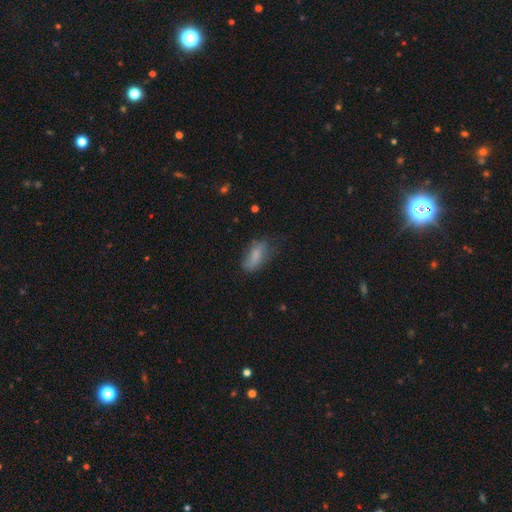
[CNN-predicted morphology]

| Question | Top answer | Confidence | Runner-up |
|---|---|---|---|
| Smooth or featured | smooth | 76% | featured or disk (16%) |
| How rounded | in between | 82% | cigar-shaped (15%) |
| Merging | none | 50% | minor disturbance (33%) |